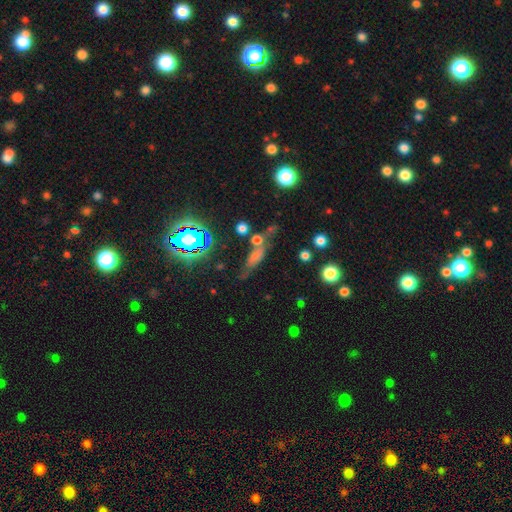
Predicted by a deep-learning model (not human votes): A smooth galaxy with no disk features (53%) that is cigar-shaped (45%). Merging: none (46%).